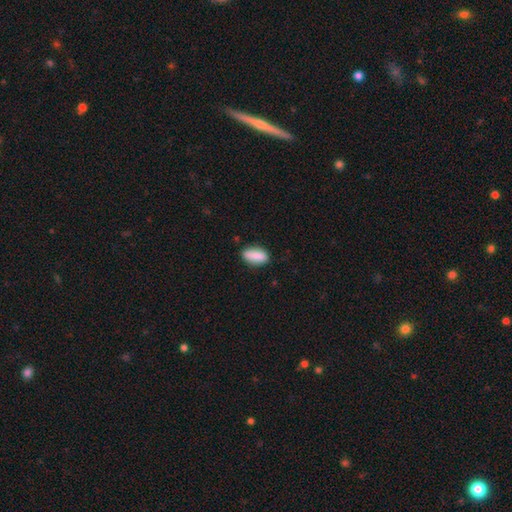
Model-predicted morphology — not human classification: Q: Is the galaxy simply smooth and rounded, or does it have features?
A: smooth — 86%.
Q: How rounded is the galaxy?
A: in between — 77%.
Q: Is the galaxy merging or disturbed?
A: none — 80%.